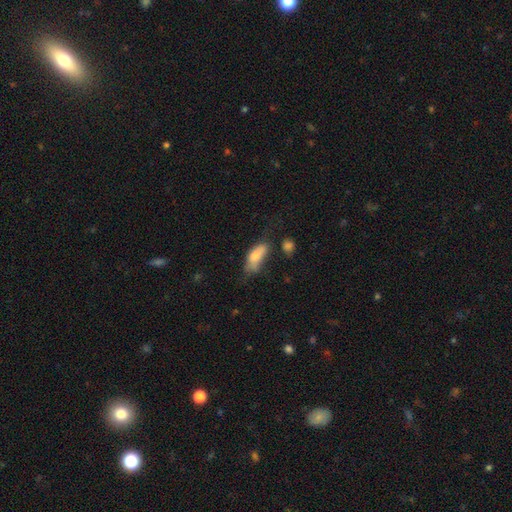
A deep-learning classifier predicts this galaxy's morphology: Overall: smooth (73%). How rounded: in between (79%). Merging: none (34%; minor disturbance 31%).